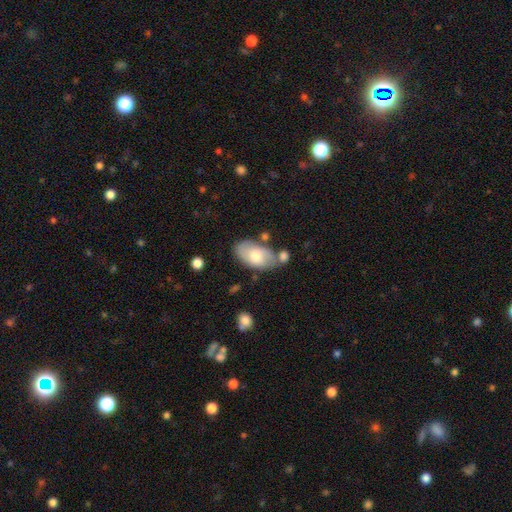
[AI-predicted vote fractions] smooth 64%, featured or disk 30%, star or artifact 6%. Down the decision tree: how rounded — in between (94%); merging — none (58%).